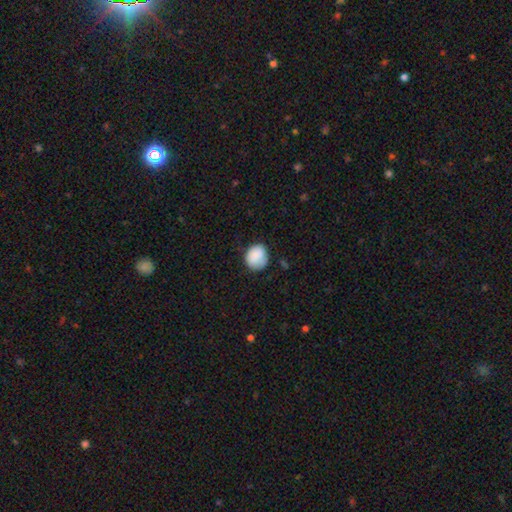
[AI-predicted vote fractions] smooth-or-featured: smooth: 85% | featured or disk: 8% | star or artifact: 7%
  how-rounded: round: 70% | in between: 29% | cigar-shaped: 1%
  merging: none: 67% | minor disturbance: 25% | major disturbance: 6% | merger: 2%